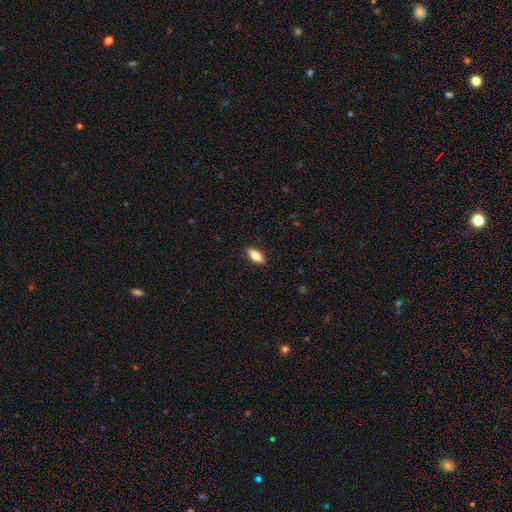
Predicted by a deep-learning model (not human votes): Smooth or featured? Predicted: smooth (p=0.77). How rounded? Predicted: in between (p=0.84). Merging? Predicted: none (p=0.89).